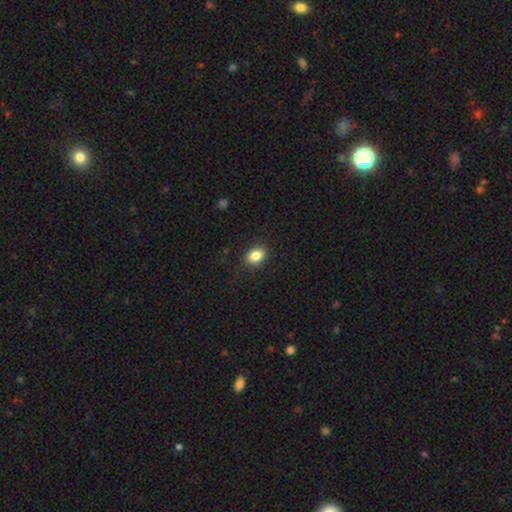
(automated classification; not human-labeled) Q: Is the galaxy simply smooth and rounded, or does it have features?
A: smooth — 85%.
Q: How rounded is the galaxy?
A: in between — 72%.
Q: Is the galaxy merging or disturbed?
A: none — 85%.